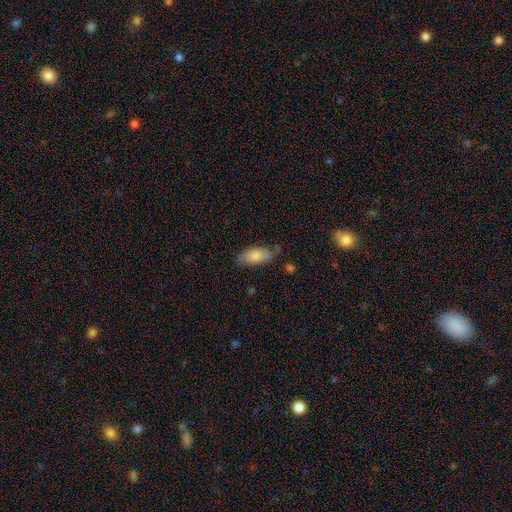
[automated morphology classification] smooth_or_featured: smooth (p=0.76) [alt: featured or disk p=0.18]
how_rounded: in between (p=0.88) [alt: cigar-shaped p=0.10]
merging: none (p=0.66) [alt: minor disturbance p=0.25]